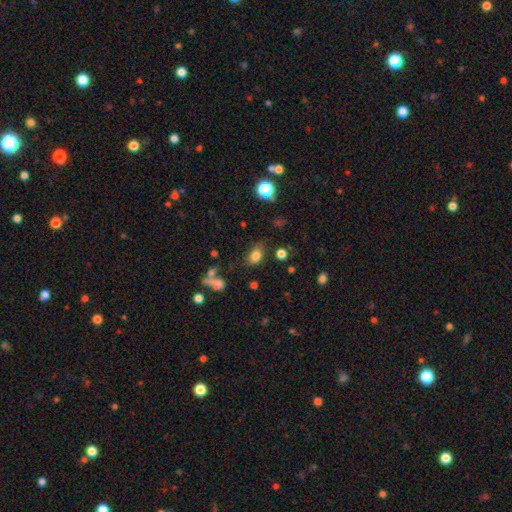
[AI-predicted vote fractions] A smooth galaxy with no disk features (79%) that is in between round and cigar-shaped (80%). Merging: none (69%).